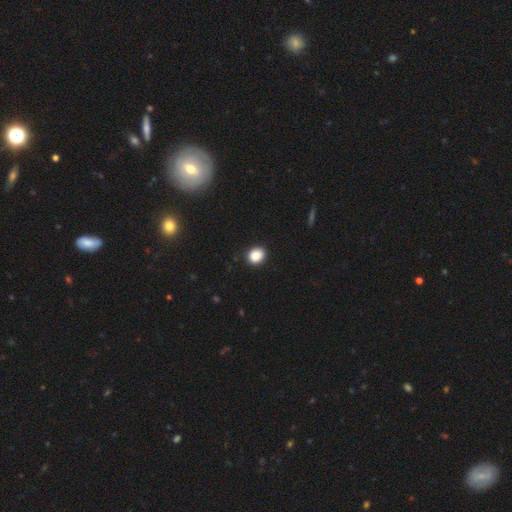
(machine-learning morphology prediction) Smooth or featured? Predicted: smooth (p=0.87). How rounded? Predicted: round (p=0.60). Merging? Predicted: none (p=0.90).